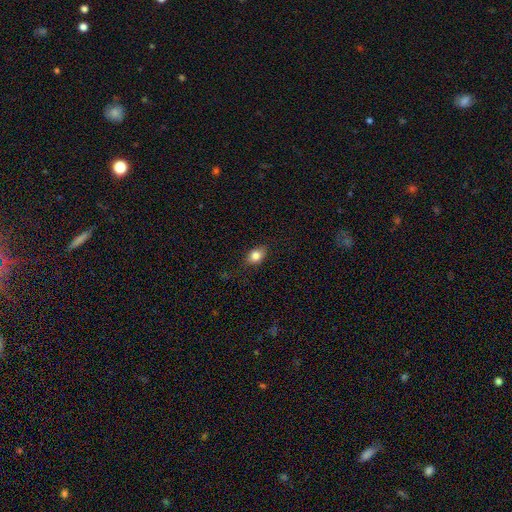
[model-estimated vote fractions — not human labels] The model was most divided on "how rounded": in between: 72%, round: 25%, cigar-shaped: 2%. More confident: smooth or featured — smooth (82%); merging — none (80%).